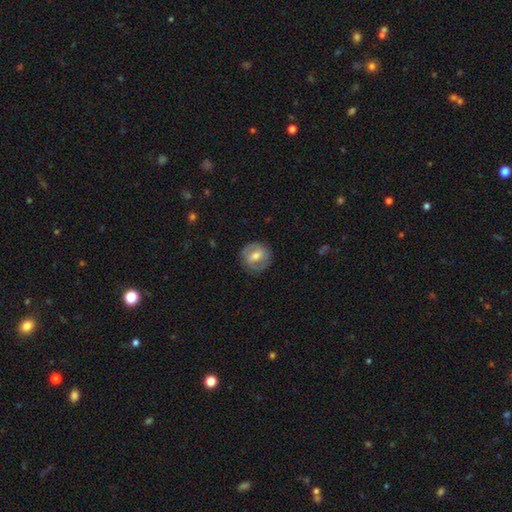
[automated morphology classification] The model was most divided on "smooth or featured": smooth: 49%, featured or disk: 44%, star or artifact: 7%. More confident: merging — none (83%).